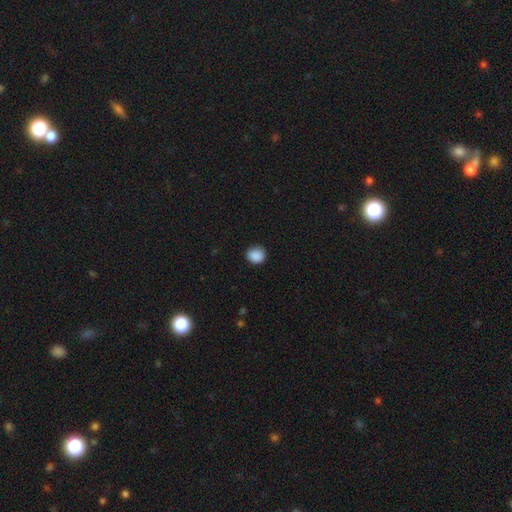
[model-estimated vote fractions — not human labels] Smooth or featured? smooth (89%)
How rounded? round (83%)
Merging? none (87%)